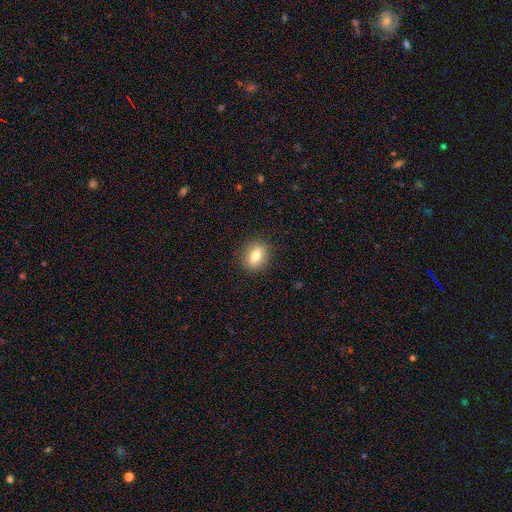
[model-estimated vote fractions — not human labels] Morphology: type=smooth (75%); roundness=round (52%); merging=none (89%).